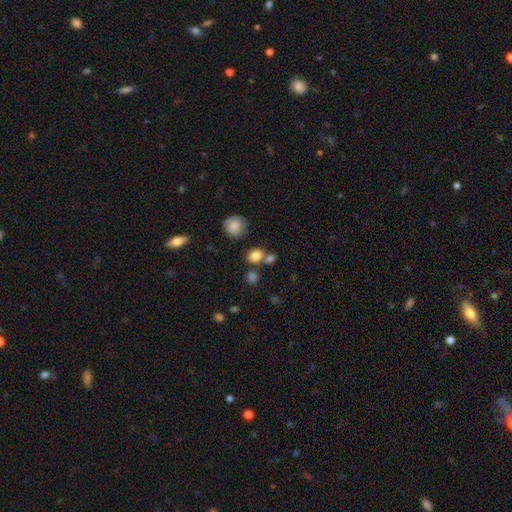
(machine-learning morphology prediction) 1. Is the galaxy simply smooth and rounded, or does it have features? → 81% smooth, 12% star or artifact, 7% featured or disk.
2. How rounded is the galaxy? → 61% round, 37% in between, 1% cigar-shaped.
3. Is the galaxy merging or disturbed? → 60% none, 26% merger, 10% minor disturbance, 4% major disturbance.